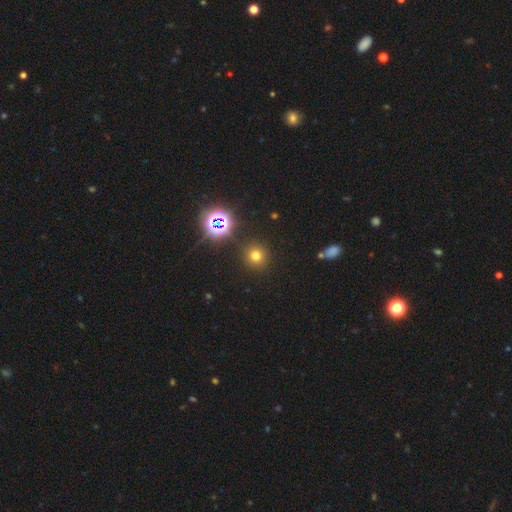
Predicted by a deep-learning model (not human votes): smooth_or_featured: smooth (p=0.68) [alt: star or artifact p=0.25]
how_rounded: round (p=0.93) [alt: in between p=0.06]
merging: none (p=0.90) [alt: minor disturbance p=0.06]